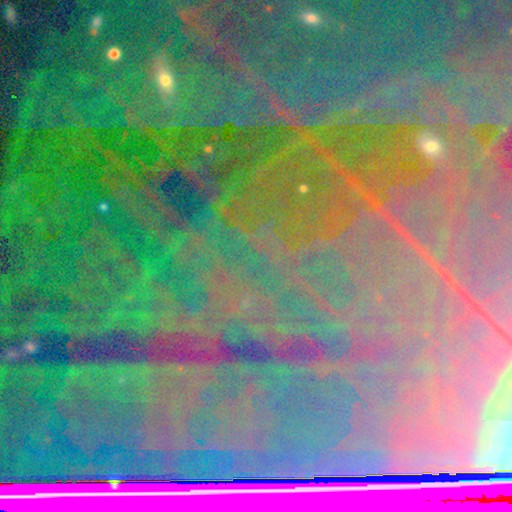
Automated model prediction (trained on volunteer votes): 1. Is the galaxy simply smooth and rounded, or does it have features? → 88% star or artifact, 6% featured or disk, 6% smooth.